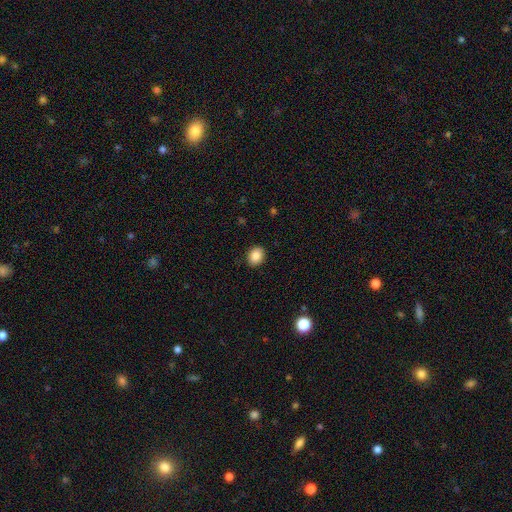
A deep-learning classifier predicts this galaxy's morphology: Smooth or featured?
  - smooth: 87% *
  - star or artifact: 9%
  - featured or disk: 4%
How rounded?
  - in between: 53% *
  - round: 46%
  - cigar-shaped: 1%
Merging?
  - none: 89% *
  - minor disturbance: 8%
  - major disturbance: 2%
  - merger: 1%